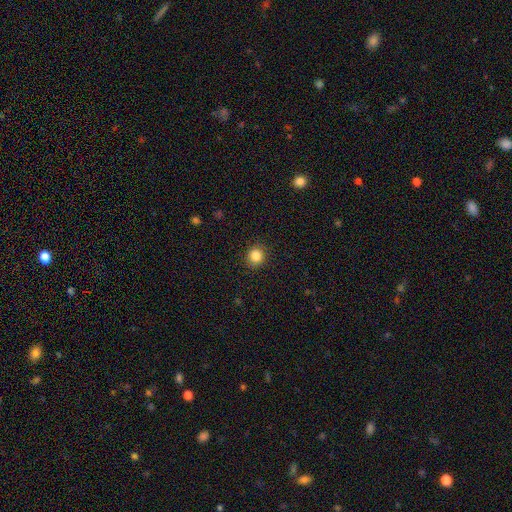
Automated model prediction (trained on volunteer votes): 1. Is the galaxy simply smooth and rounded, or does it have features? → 85% smooth, 11% star or artifact, 4% featured or disk.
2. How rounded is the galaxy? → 89% round, 10% in between, 1% cigar-shaped.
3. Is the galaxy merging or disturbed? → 90% none, 6% minor disturbance, 2% major disturbance, 1% merger.